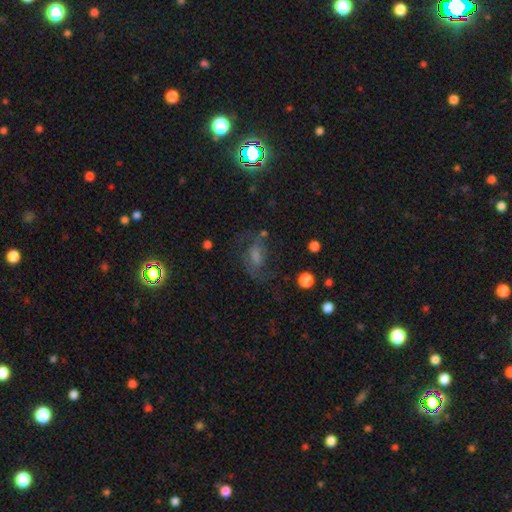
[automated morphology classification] A featured or disk galaxy (44%).

Vote fractions:
- Smooth or featured? featured or disk: 44% / smooth: 36% / star or artifact: 20%
- Merging? none: 50% / major disturbance: 25% / minor disturbance: 22% / merger: 3%